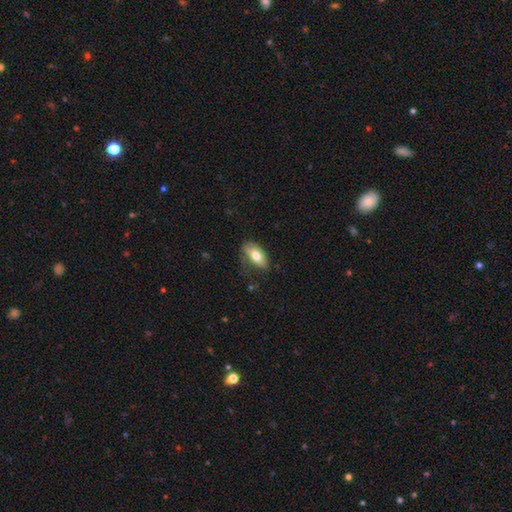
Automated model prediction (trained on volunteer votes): This is likely a smooth galaxy (67%). How rounded: clearly in between (85%). Merging: possibly none (59%).